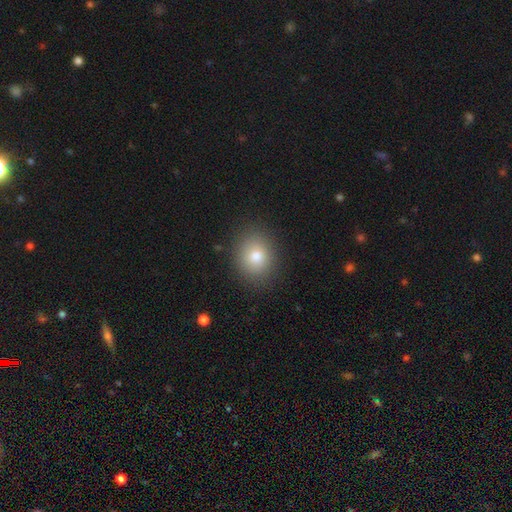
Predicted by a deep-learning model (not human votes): Smooth or featured: smooth — 78% (star or artifact — 12%)
How rounded: round — 65% (in between — 34%)
Merging: none — 88% (minor disturbance — 8%)